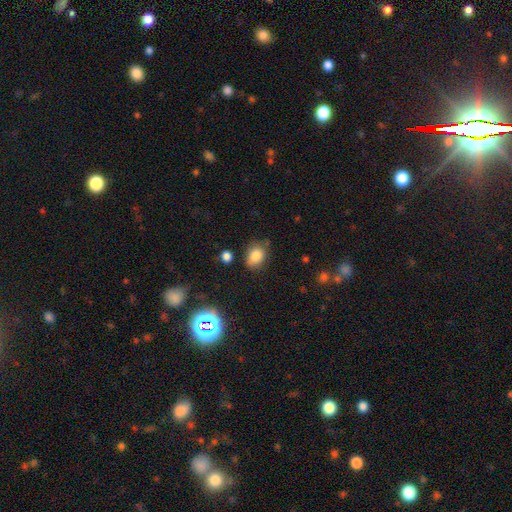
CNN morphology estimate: smooth_or_featured: smooth (p=0.82) [alt: star or artifact p=0.11]
how_rounded: in between (p=0.65) [alt: round p=0.33]
merging: none (p=0.70) [alt: minor disturbance p=0.21]